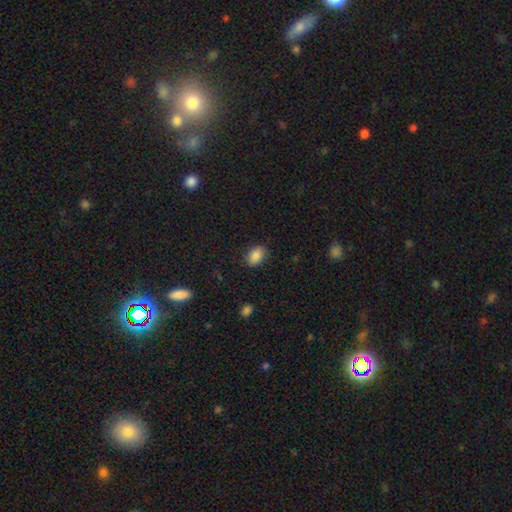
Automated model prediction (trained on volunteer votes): A smooth galaxy with no disk features (86%) that is in between round and cigar-shaped (82%).

Vote fractions:
- Smooth or featured? smooth: 86% / star or artifact: 8% / featured or disk: 5%
- How rounded? in between: 82% / round: 17% / cigar-shaped: 1%
- Merging? none: 86% / minor disturbance: 10% / major disturbance: 3% / merger: 1%